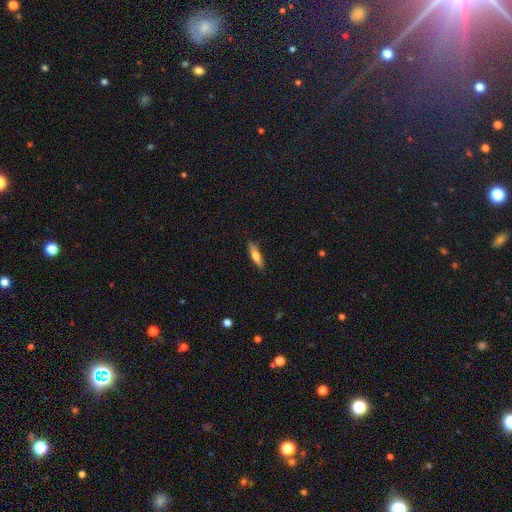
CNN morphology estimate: A smooth galaxy with no disk features (64%) that is cigar-shaped (76%). Merging: none (86%).